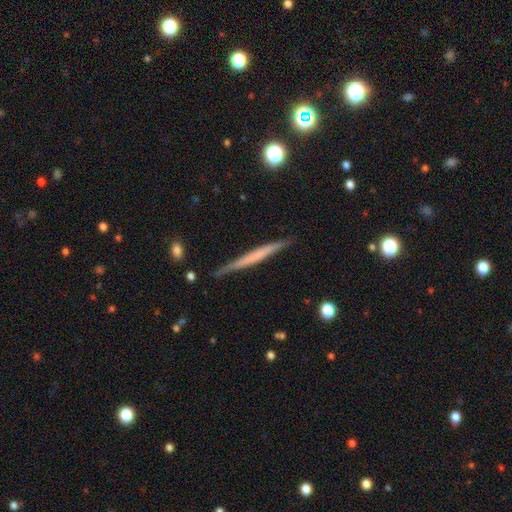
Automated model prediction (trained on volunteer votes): This appears to be a featured or disk galaxy (52%) viewed edge-on (97%) with no central bulge (81%). Merging: none (86%).